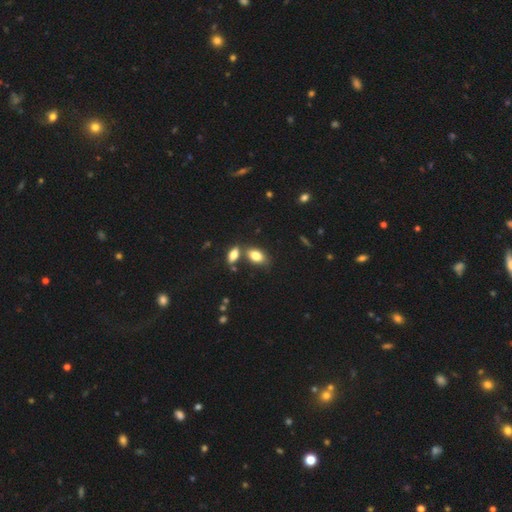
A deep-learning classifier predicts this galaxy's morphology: A smooth galaxy with no disk features (81%) that is in between round and cigar-shaped (88%). Merging: none (61%).